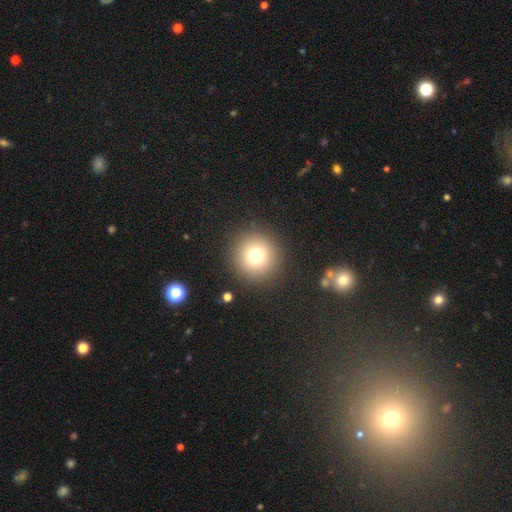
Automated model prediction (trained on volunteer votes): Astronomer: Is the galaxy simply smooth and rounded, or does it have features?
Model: smooth — 75%.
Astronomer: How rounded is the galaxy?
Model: round — 95%.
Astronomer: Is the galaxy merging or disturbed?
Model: none — 90%.